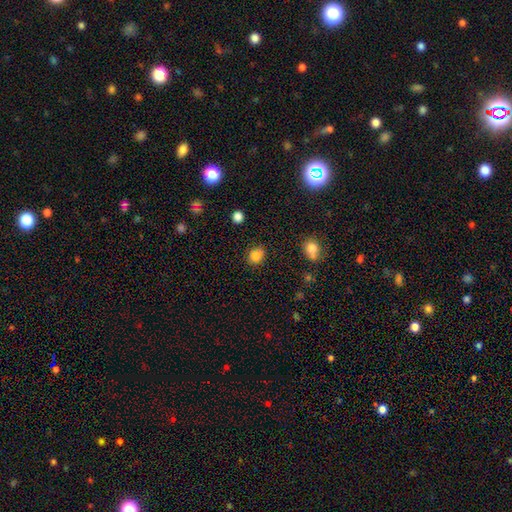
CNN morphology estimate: Smooth or featured: smooth — 84% (star or artifact — 11%)
How rounded: round — 70% (in between — 29%)
Merging: none — 84% (minor disturbance — 11%)